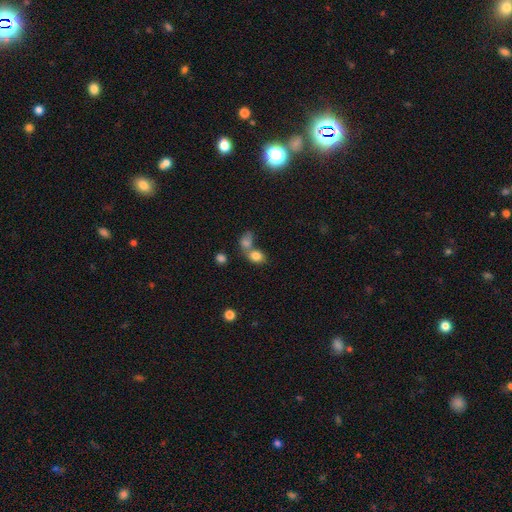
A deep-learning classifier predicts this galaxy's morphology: The model was most divided on "merging": merger: 51%, none: 33%, minor disturbance: 10%, major disturbance: 6%. More confident: smooth or featured — smooth (81%); how rounded — in between (64%).